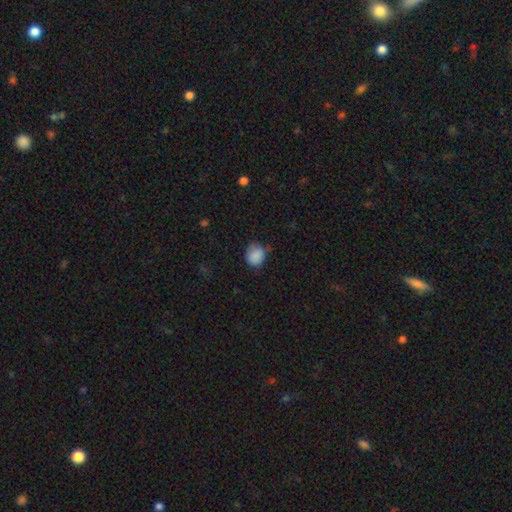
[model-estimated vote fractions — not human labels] Smooth or featured: smooth — 86% (star or artifact — 9%)
How rounded: round — 67% (in between — 32%)
Merging: none — 66% (minor disturbance — 27%)